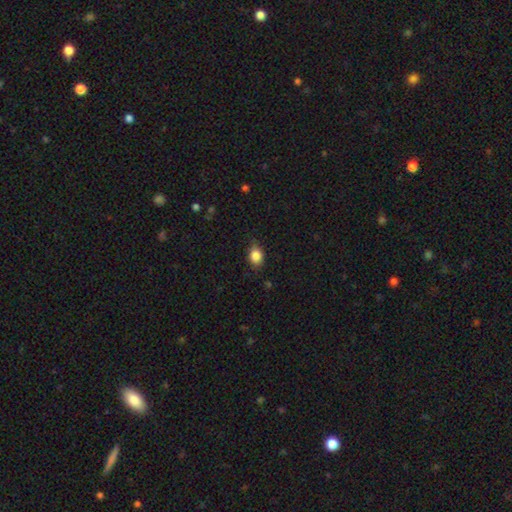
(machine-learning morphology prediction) smooth_or_featured: smooth (p=0.85) [alt: star or artifact p=0.09]
how_rounded: in between (p=0.68) [alt: round p=0.30]
merging: none (p=0.79) [alt: minor disturbance p=0.17]